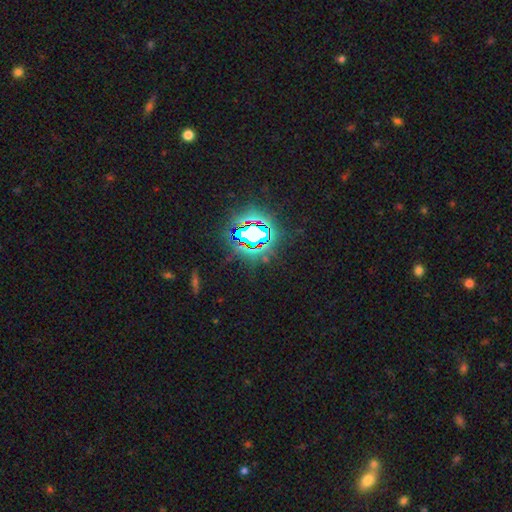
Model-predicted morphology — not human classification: star or artifact 84%, smooth 9%, featured or disk 6%.